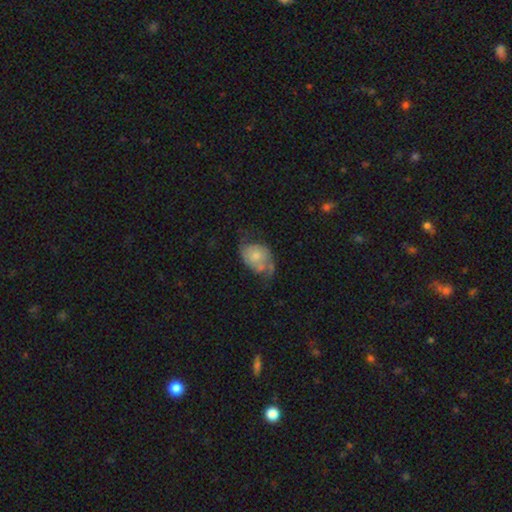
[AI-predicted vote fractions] Smooth or featured: featured or disk — 56% (smooth — 37%)
Edge-on disk: no — 97% (yes — 3%)
Bar: no — 76% (weak — 20%)
Spiral arms: yes — 79% (no — 21%)
Bulge size: small — 48% (moderate — 32%)
Merging: none — 37% (minor disturbance — 29%)